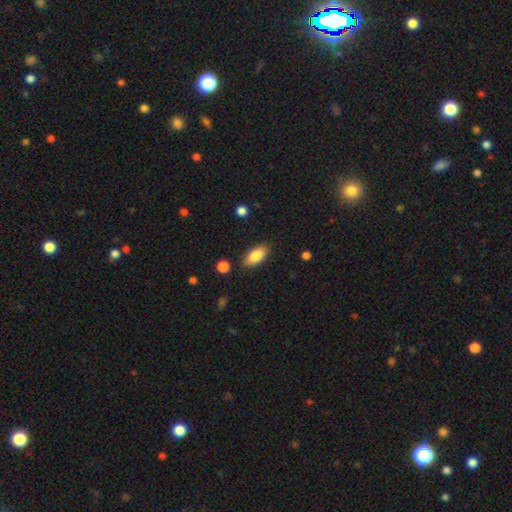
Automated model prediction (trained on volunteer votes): Smooth or featured: smooth — 85% (featured or disk — 9%)
How rounded: in between — 90% (cigar-shaped — 7%)
Merging: none — 86% (minor disturbance — 10%)